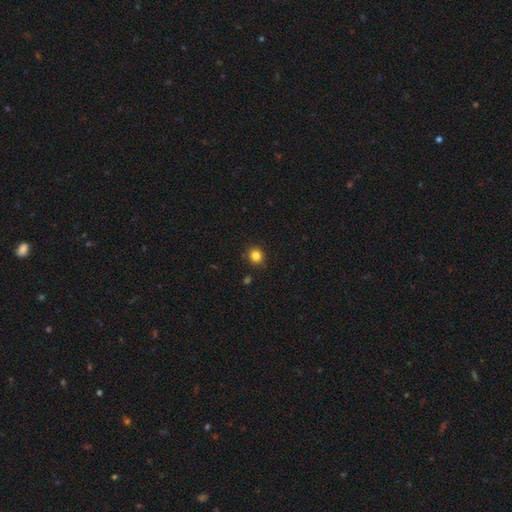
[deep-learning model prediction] This is clearly a smooth galaxy (83%). How rounded: clearly round (87%). Merging: clearly none (88%).